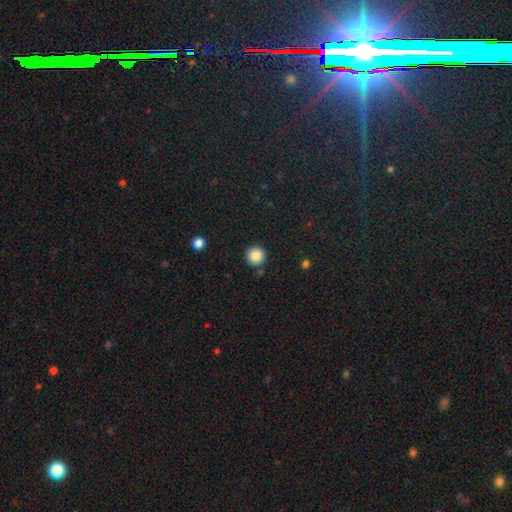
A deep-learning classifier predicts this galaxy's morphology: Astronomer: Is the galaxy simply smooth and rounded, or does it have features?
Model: smooth — 87%.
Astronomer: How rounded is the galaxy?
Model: round — 96%.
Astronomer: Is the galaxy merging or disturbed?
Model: none — 90%.